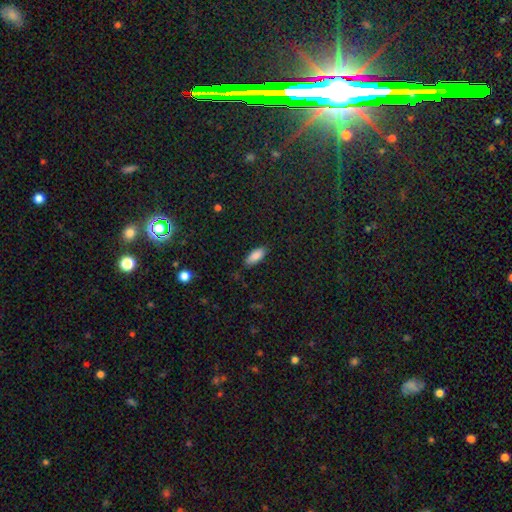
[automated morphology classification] Smooth or featured?
  - smooth: 87% *
  - star or artifact: 7%
  - featured or disk: 5%
How rounded?
  - in between: 82% *
  - cigar-shaped: 16%
  - round: 2%
Merging?
  - none: 82% *
  - minor disturbance: 14%
  - major disturbance: 3%
  - merger: 1%